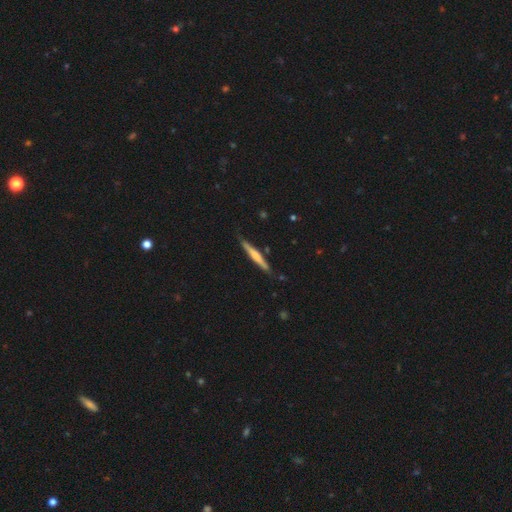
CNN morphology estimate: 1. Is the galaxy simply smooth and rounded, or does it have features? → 48% smooth, 47% featured or disk, 5% star or artifact.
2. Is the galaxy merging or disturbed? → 83% none, 13% minor disturbance, 2% major disturbance, 2% merger.